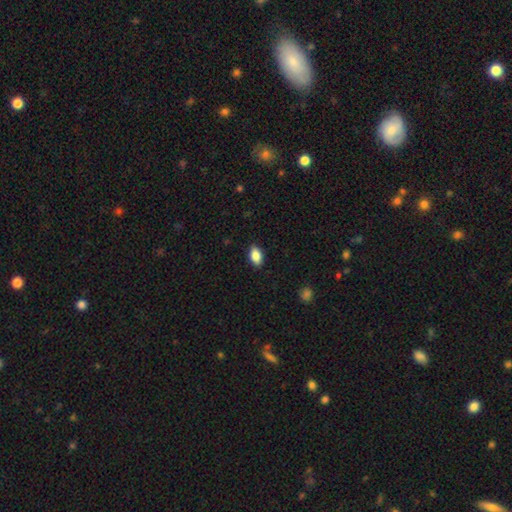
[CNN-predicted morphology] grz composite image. It shows a smooth galaxy with no disk features (86%) that is in between round and cigar-shaped (91%). Merging: none (89%).